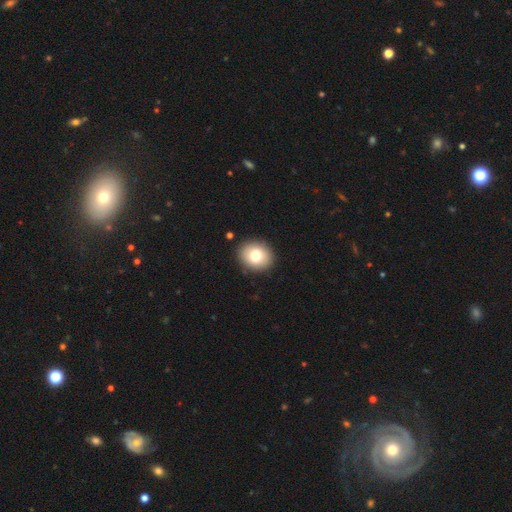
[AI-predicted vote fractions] Smooth or featured?
  - smooth: 77% *
  - featured or disk: 14%
  - star or artifact: 9%
How rounded?
  - round: 63% *
  - in between: 36%
  - cigar-shaped: 1%
Merging?
  - none: 90% *
  - minor disturbance: 6%
  - major disturbance: 2%
  - merger: 1%